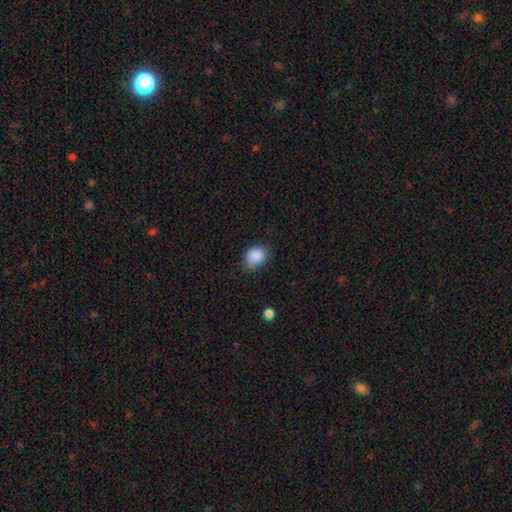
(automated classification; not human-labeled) Smooth or featured? Predicted: smooth (p=0.87). How rounded? Predicted: in between (p=0.55). Merging? Predicted: none (p=0.66).